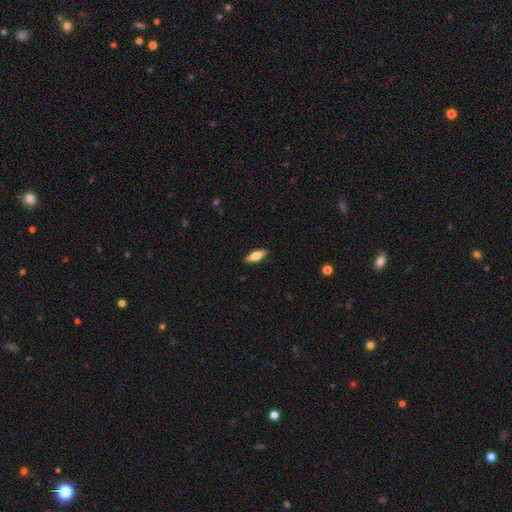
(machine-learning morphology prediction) A smooth galaxy with no disk features (65%) that is in between round and cigar-shaped (64%).

Vote fractions:
- Smooth or featured? smooth: 65% / featured or disk: 29% / star or artifact: 6%
- How rounded? in between: 64% / cigar-shaped: 34% / round: 3%
- Merging? none: 89% / minor disturbance: 8% / major disturbance: 2% / merger: 1%